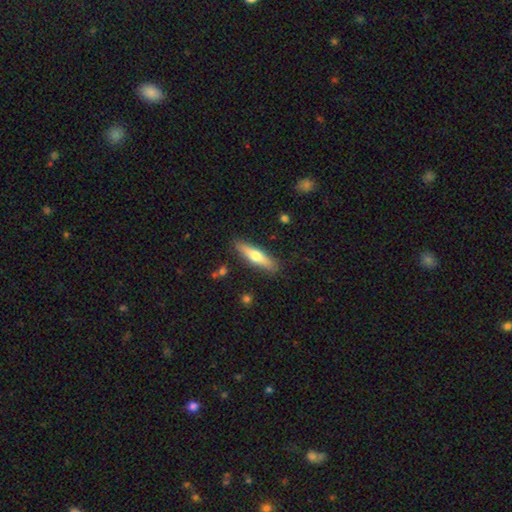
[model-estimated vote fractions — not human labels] The model was most divided on "smooth or featured": smooth: 55%, featured or disk: 40%, star or artifact: 6%. More confident: merging — none (88%); how rounded — cigar-shaped (76%).